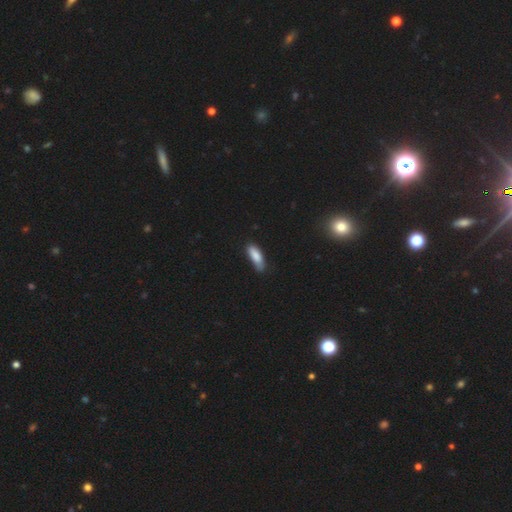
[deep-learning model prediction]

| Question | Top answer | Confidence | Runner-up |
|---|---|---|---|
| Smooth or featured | smooth | 84% | featured or disk (9%) |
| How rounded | in between | 63% | cigar-shaped (35%) |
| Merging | none | 63% | minor disturbance (30%) |